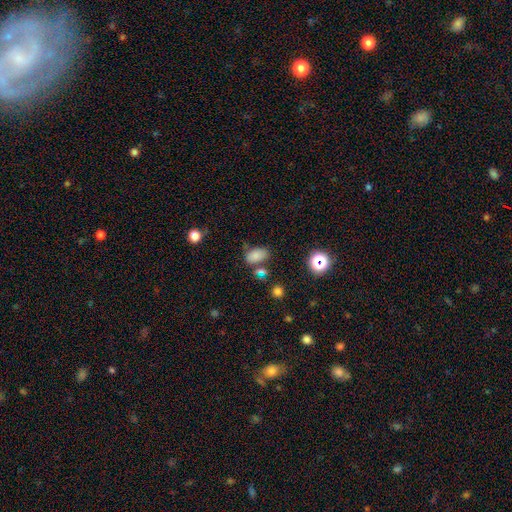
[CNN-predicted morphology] The model was most divided on "merging": none: 65%, minor disturbance: 17%, merger: 12%, major disturbance: 6%. More confident: how rounded — in between (89%); smooth or featured — smooth (80%).